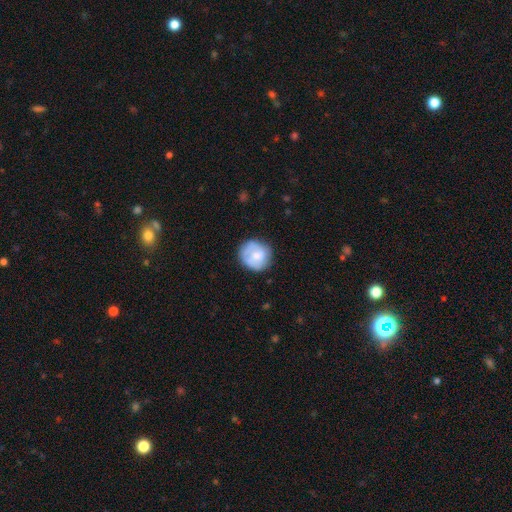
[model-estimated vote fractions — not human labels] A smooth galaxy with no disk features (62%) that is round (86%). Merging: none (71%).